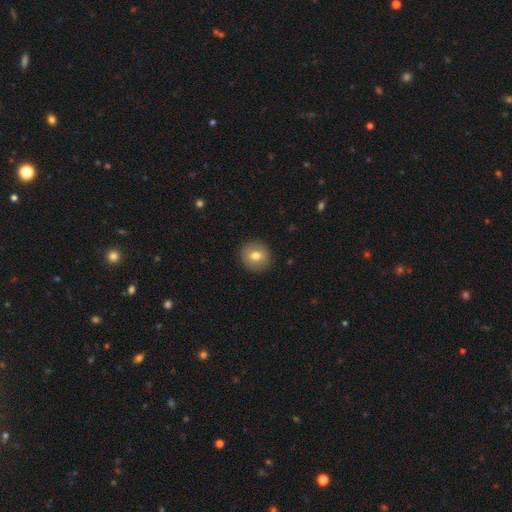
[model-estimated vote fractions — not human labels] This is likely a smooth galaxy (73%). How rounded: clearly round (89%). Merging: clearly none (91%).